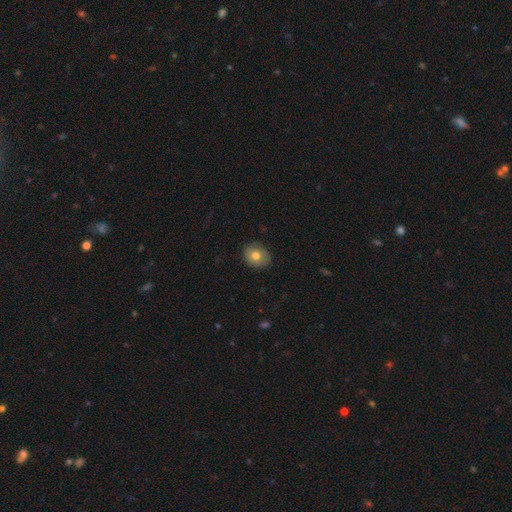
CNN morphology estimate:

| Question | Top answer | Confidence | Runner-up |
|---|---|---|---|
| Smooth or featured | smooth | 76% | featured or disk (15%) |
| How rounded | round | 62% | in between (37%) |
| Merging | none | 85% | minor disturbance (12%) |